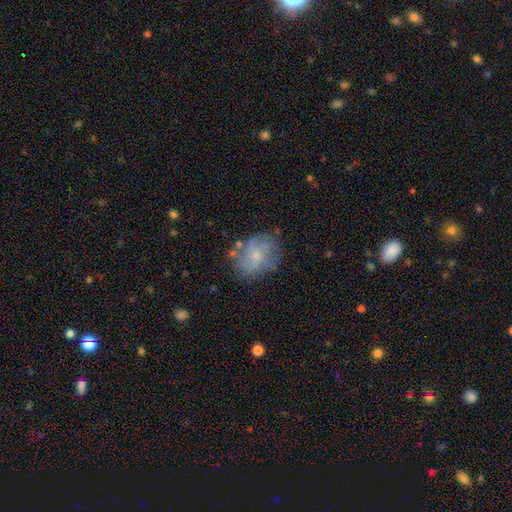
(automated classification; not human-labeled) Smooth or featured? Predicted: featured or disk (p=0.49). Merging? Predicted: none (p=0.64).